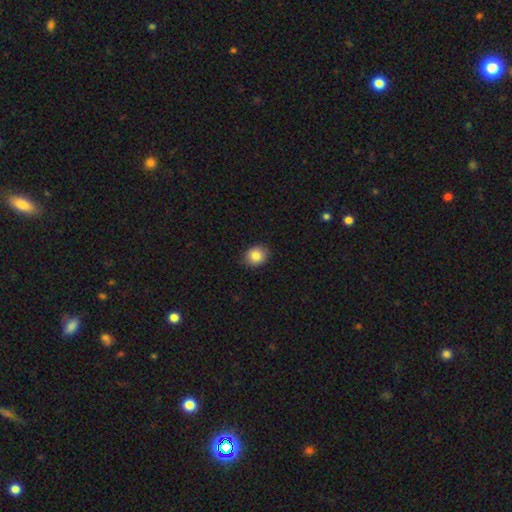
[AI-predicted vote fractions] smooth-or-featured: smooth: 85% | star or artifact: 9% | featured or disk: 6%
  how-rounded: round: 61% | in between: 38% | cigar-shaped: 1%
  merging: none: 86% | minor disturbance: 11% | major disturbance: 2% | merger: 1%